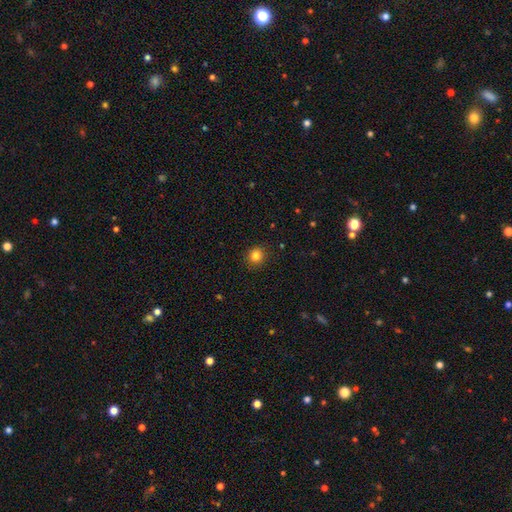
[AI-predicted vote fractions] smooth-or-featured: smooth: 83% | star or artifact: 12% | featured or disk: 6%
  how-rounded: round: 85% | in between: 14% | cigar-shaped: 1%
  merging: none: 90% | minor disturbance: 7% | major disturbance: 2% | merger: 1%